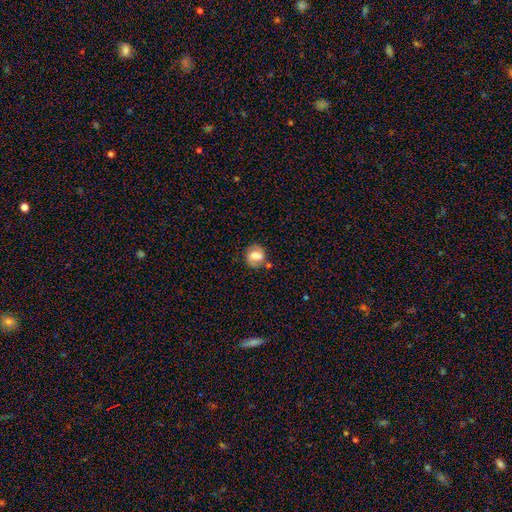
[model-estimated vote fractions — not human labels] smooth 51%, featured or disk 40%, star or artifact 9%. Down the decision tree: how rounded — round (69%); merging — none (65%).